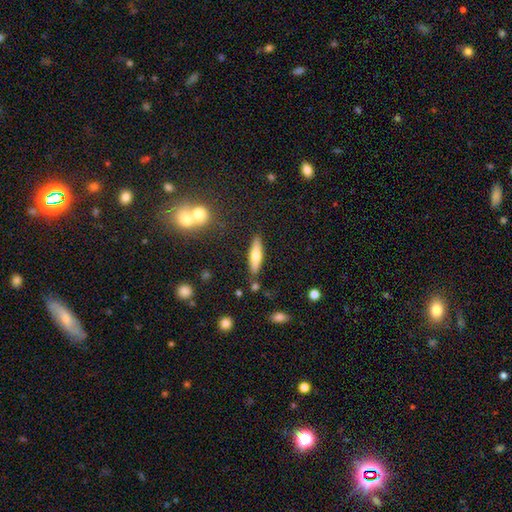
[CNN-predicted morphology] smooth 57%, featured or disk 37%, star or artifact 7%. Down the decision tree: how rounded — cigar-shaped (73%); merging — none (84%).